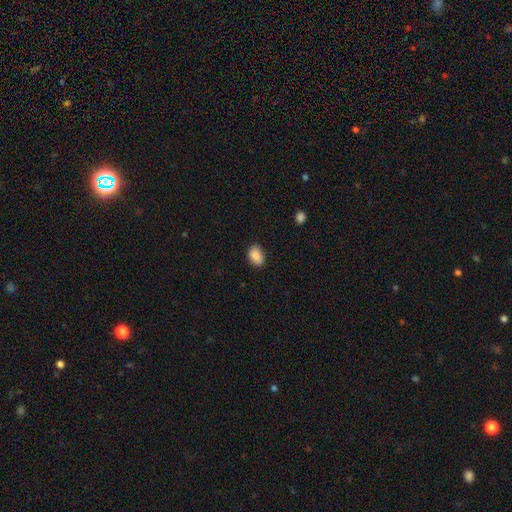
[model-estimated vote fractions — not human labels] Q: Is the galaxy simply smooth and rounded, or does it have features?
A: smooth — 87%.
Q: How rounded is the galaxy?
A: in between — 80%.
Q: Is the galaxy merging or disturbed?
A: none — 83%.